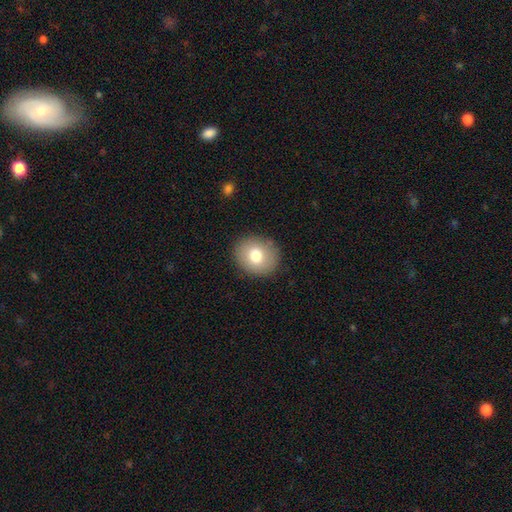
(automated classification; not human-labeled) This appears to be a smooth galaxy with no disk features (76%) that is round (70%). Merging: none (88%).